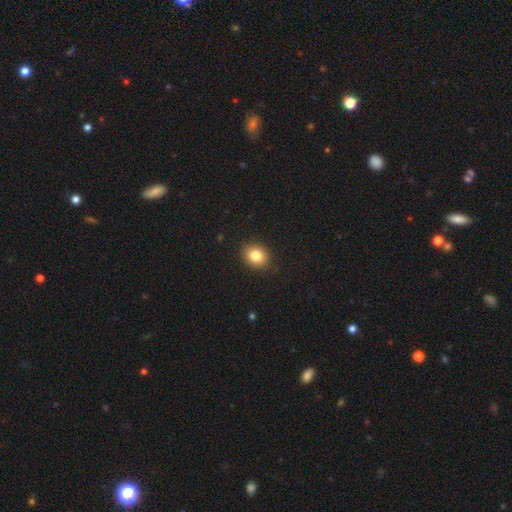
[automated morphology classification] Smooth or featured? Predicted: smooth (p=0.85). How rounded? Predicted: round (p=0.58). Merging? Predicted: none (p=0.90).